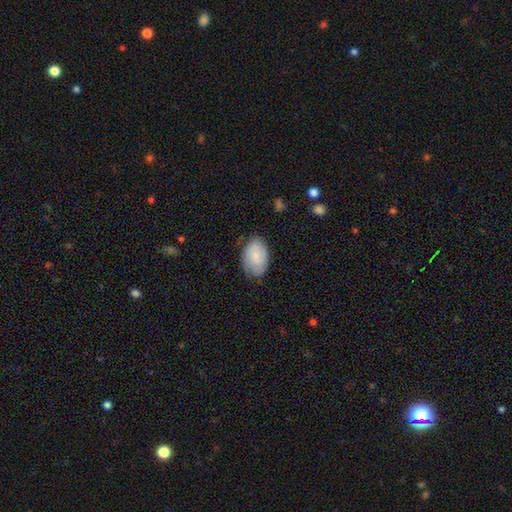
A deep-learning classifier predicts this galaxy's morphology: Q: Smooth or featured?
A: smooth (81%); runner-up: featured or disk (12%)
Q: How rounded?
A: in between (88%); runner-up: round (11%)
Q: Merging?
A: none (77%); runner-up: minor disturbance (18%)